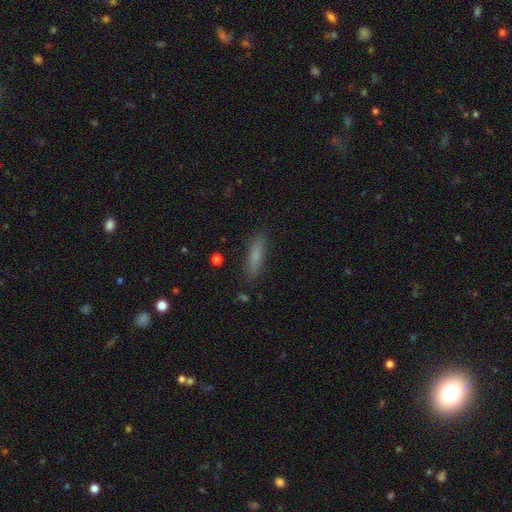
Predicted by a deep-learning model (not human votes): Smooth or featured: smooth — 79% (featured or disk — 12%)
How rounded: cigar-shaped — 72% (in between — 26%)
Merging: none — 86% (minor disturbance — 10%)